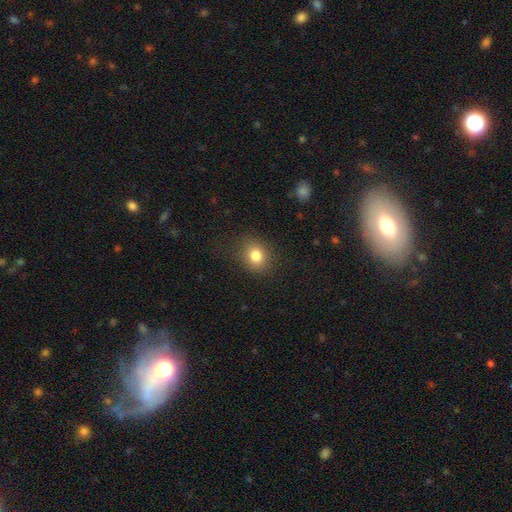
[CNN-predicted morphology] The model was most divided on "how rounded": round: 58%, in between: 41%, cigar-shaped: 1%. More confident: merging — none (82%); smooth or featured — smooth (81%).